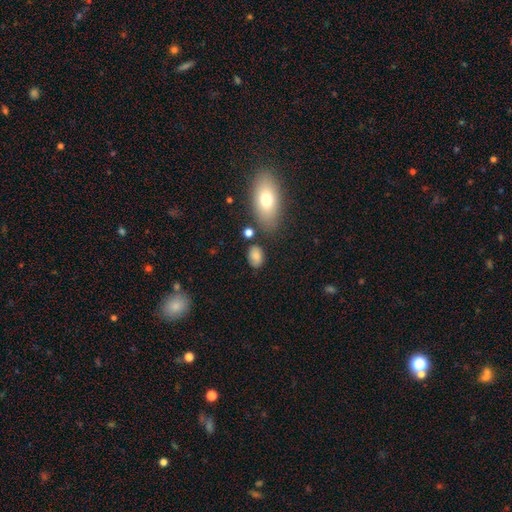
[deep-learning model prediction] The model was most divided on "merging": none: 70%, minor disturbance: 19%, merger: 6%, major disturbance: 6%. More confident: smooth or featured — smooth (81%); how rounded — in between (80%).